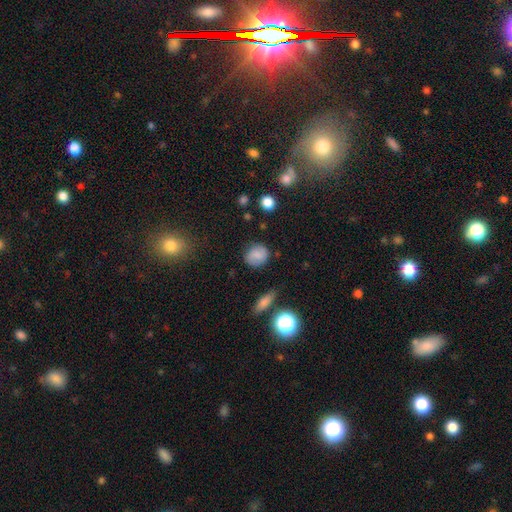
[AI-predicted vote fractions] Smooth or featured? Predicted: smooth (p=0.79). How rounded? Predicted: round (p=0.72). Merging? Predicted: none (p=0.80).